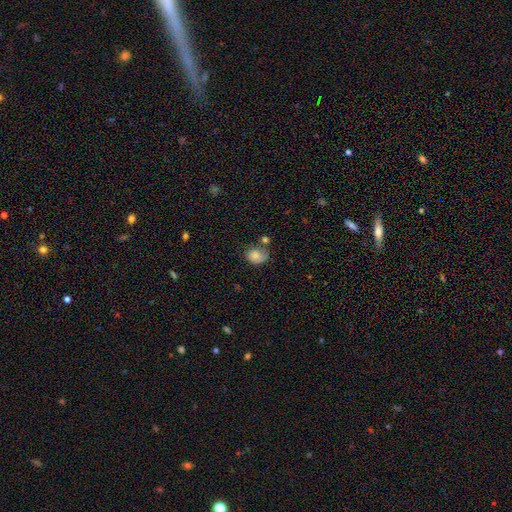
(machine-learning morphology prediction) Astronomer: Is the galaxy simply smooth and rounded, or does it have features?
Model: smooth — 75%.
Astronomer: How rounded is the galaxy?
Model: in between — 54% (runner-up: round, 45%).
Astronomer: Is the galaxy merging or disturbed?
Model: none — 50% (runner-up: minor disturbance, 26%).